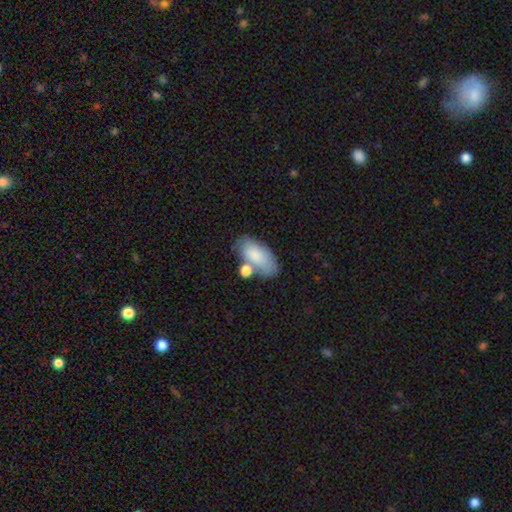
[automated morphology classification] Smooth or featured?
  - smooth: 80% *
  - featured or disk: 13%
  - star or artifact: 7%
How rounded?
  - in between: 92% *
  - cigar-shaped: 5%
  - round: 3%
Merging?
  - none: 53% *
  - merger: 23%
  - minor disturbance: 18%
  - major disturbance: 6%